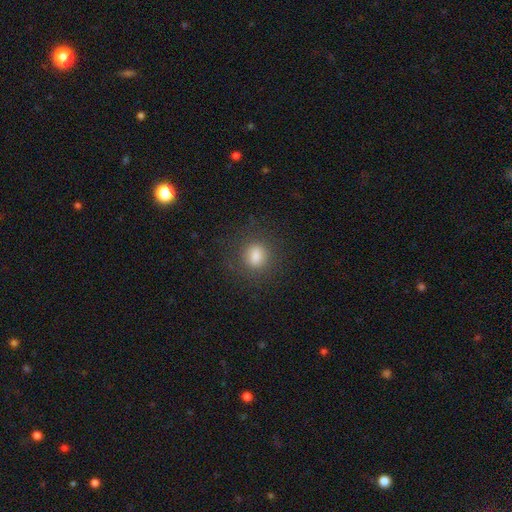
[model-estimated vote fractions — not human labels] smooth-or-featured: smooth: 81% | star or artifact: 12% | featured or disk: 7%
  how-rounded: round: 59% | in between: 39% | cigar-shaped: 2%
  merging: none: 83% | minor disturbance: 11% | major disturbance: 5% | merger: 1%